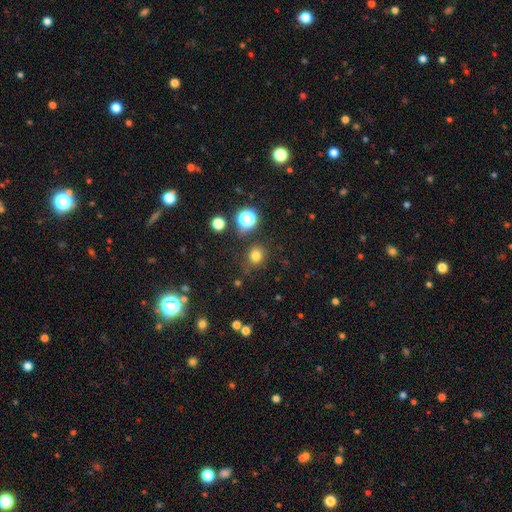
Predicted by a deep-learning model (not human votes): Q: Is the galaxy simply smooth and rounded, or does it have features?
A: smooth — 77%.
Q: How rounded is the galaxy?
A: round — 78%.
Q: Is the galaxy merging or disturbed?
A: none — 79%.